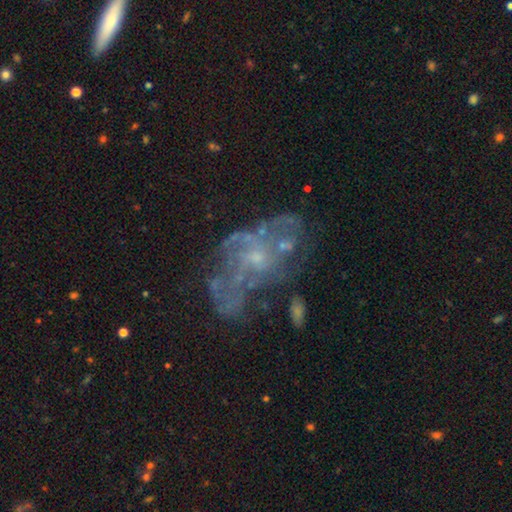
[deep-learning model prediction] A featured or disk galaxy (72%) with no bar (81%), no spiral arms (59%) and a small central bulge (55%).

Vote fractions:
- Smooth or featured? featured or disk: 72% / smooth: 15% / star or artifact: 13%
- Edge-on disk? no: 97% / yes: 3%
- Bar? no: 81% / weak: 16% / strong: 3%
- Spiral arms? no: 59% / yes: 41%
- Bulge size? small: 55% / none: 26% / moderate: 16% / large: 2% / dominant: 1%
- Merging? major disturbance: 33% (tied) / none: 33% (tied) / merger: 17% / minor disturbance: 17%